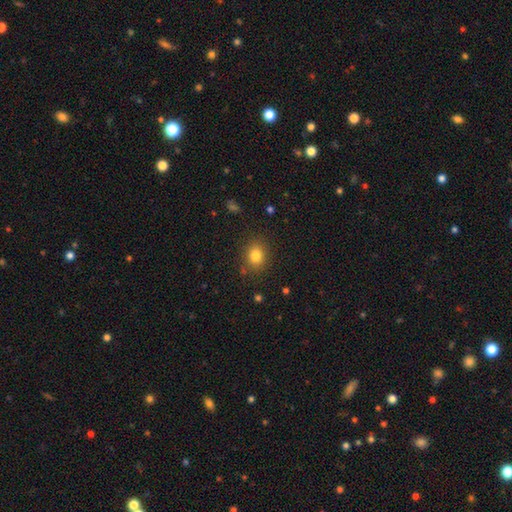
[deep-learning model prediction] Morphology: type=smooth (82%); roundness=round (63%); merging=none (84%).